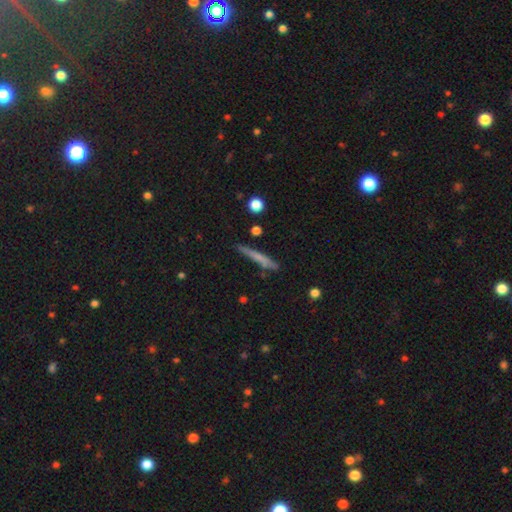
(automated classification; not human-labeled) This is likely a smooth galaxy (61%). How rounded: clearly cigar-shaped (95%). Merging: clearly none (80%).